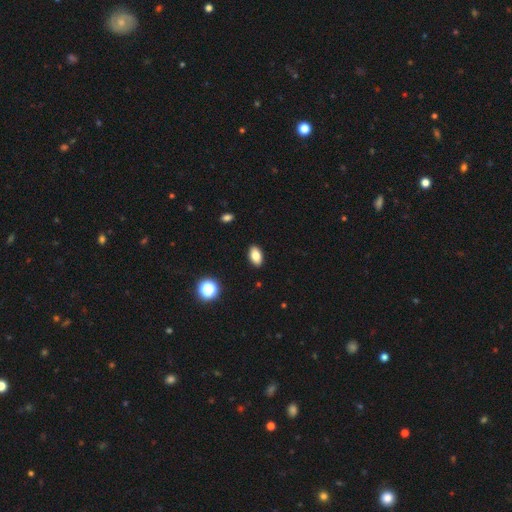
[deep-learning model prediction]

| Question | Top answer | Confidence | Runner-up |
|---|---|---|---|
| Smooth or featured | smooth | 81% | star or artifact (10%) |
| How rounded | in between | 91% | round (6%) |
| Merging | none | 90% | minor disturbance (7%) |